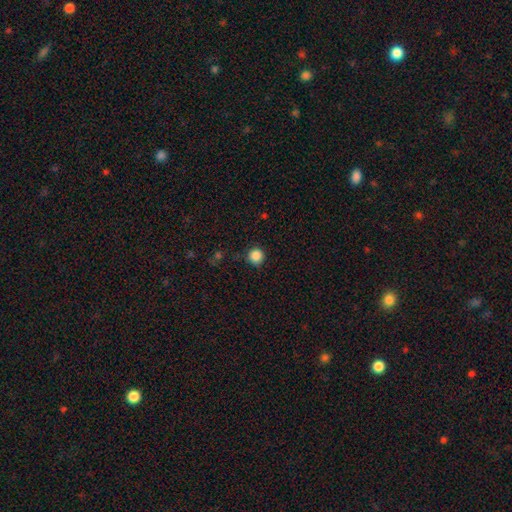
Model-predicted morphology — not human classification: Smooth or featured? Predicted: smooth (p=0.86). How rounded? Predicted: round (p=0.94). Merging? Predicted: none (p=0.86).